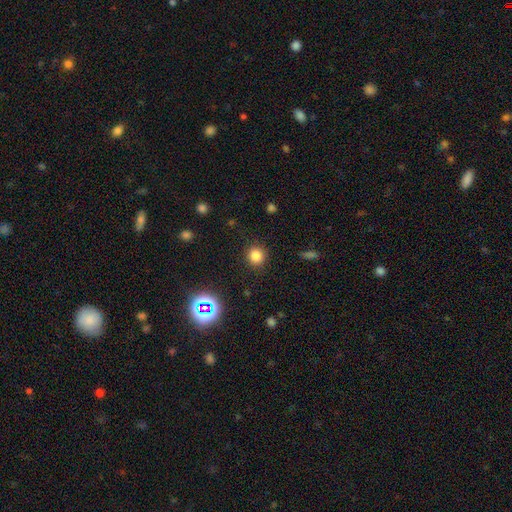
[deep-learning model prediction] Smooth or featured? Predicted: smooth (p=0.80). How rounded? Predicted: round (p=0.91). Merging? Predicted: none (p=0.89).